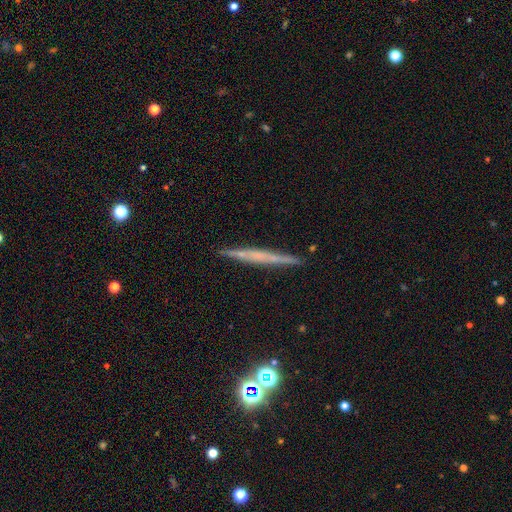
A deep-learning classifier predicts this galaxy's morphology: smooth_or_featured: featured or disk (p=0.52) [alt: smooth p=0.38]
disk_edge_on: yes (p=0.96) [alt: no p=0.04]
edge_on_bulge: none (p=0.82) [alt: rounded p=0.12]
merging: none (p=0.90) [alt: minor disturbance p=0.07]